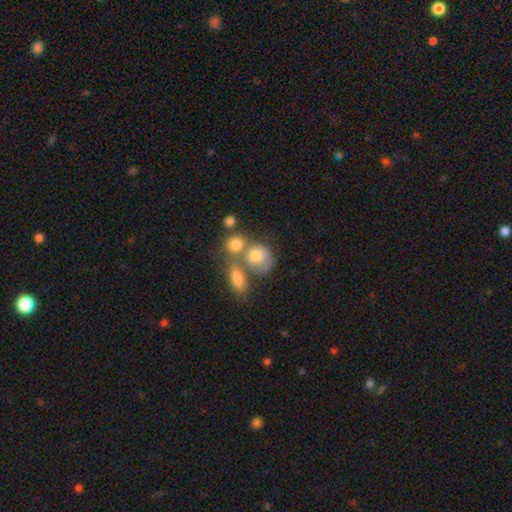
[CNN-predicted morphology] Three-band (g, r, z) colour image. It shows a smooth galaxy with no disk features (68%) that is round (55%). Merging: merger (47%).